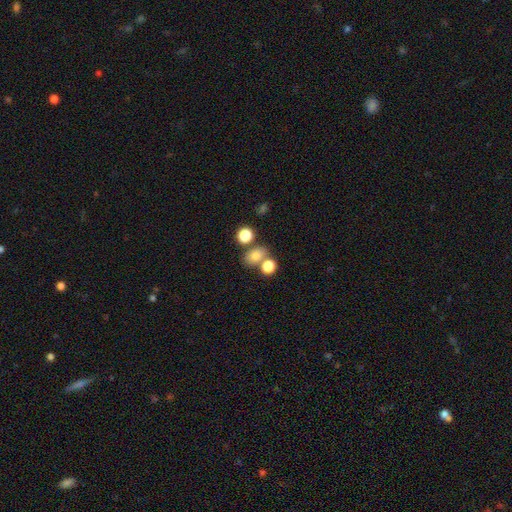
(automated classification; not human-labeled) Morphology: type=smooth (78%); roundness=in between (53%); merging=none (56%).